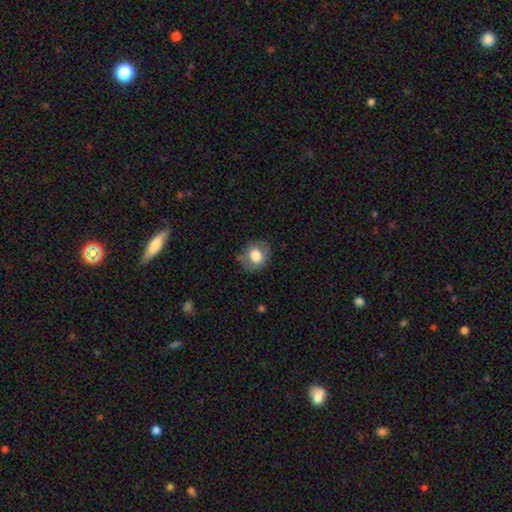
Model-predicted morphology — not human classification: Overall: smooth (74%). How rounded: round (72%). Merging: none (76%).